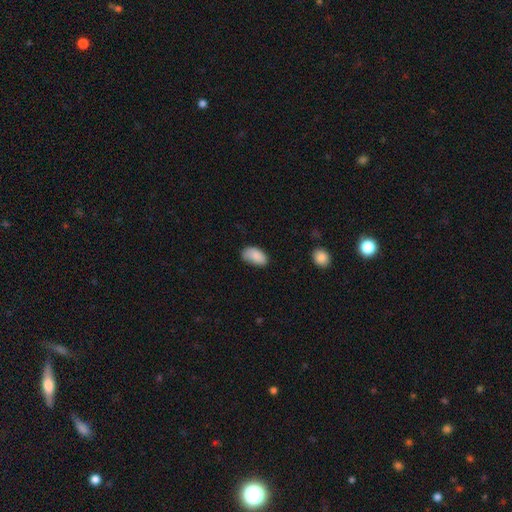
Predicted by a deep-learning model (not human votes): smooth_or_featured: smooth (p=0.87) [alt: star or artifact p=0.07]
how_rounded: in between (p=0.94) [alt: round p=0.04]
merging: none (p=0.66) [alt: minor disturbance p=0.26]